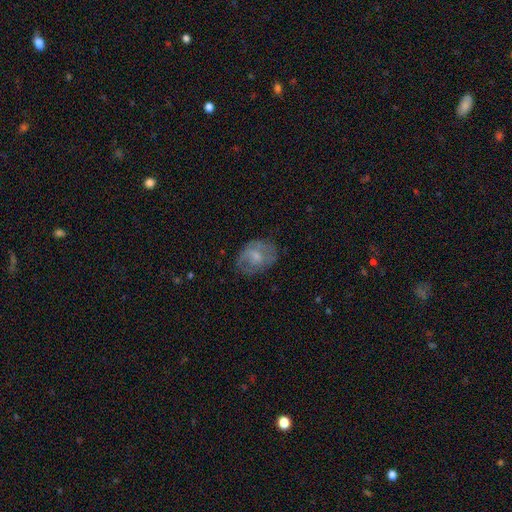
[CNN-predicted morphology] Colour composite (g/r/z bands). It shows a smooth galaxy with no disk features (49%). Merging: none (59%).